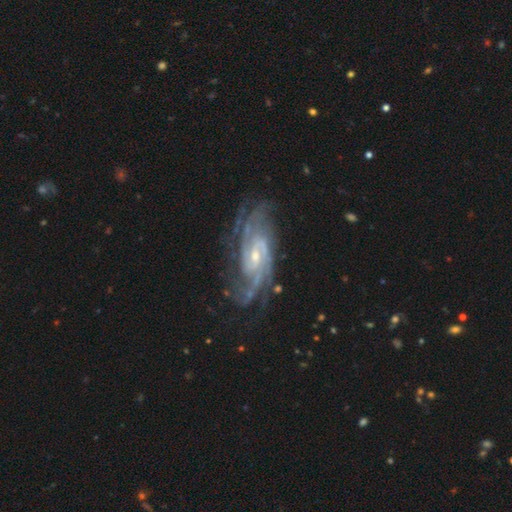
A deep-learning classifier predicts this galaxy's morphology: This appears to be a featured or disk galaxy (90%) with a weak bar (45%), tight (53%) spiral arms (98%) and a small central bulge (62%). Merging: none (71%).